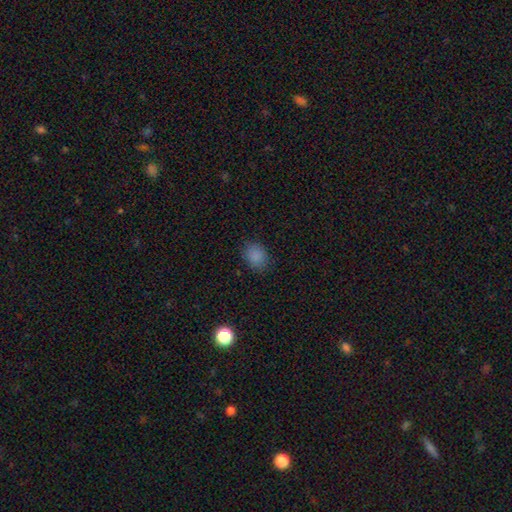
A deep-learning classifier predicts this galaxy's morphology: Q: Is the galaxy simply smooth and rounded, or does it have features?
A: smooth — 85%.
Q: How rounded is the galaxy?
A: in between — 54%.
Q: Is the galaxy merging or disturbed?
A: none — 83%.